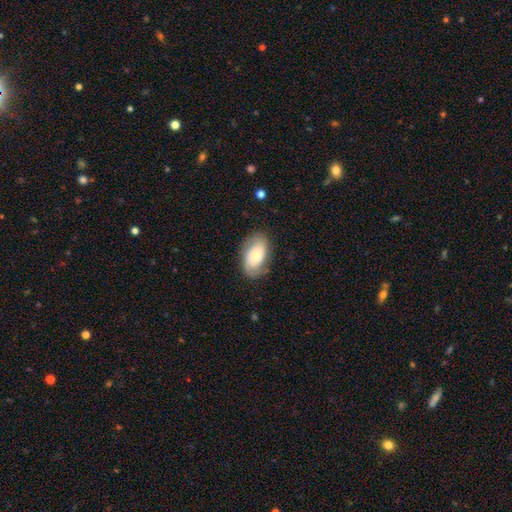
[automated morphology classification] This is possibly a featured or disk galaxy (46%, tied with smooth). Merging: likely none (73%).